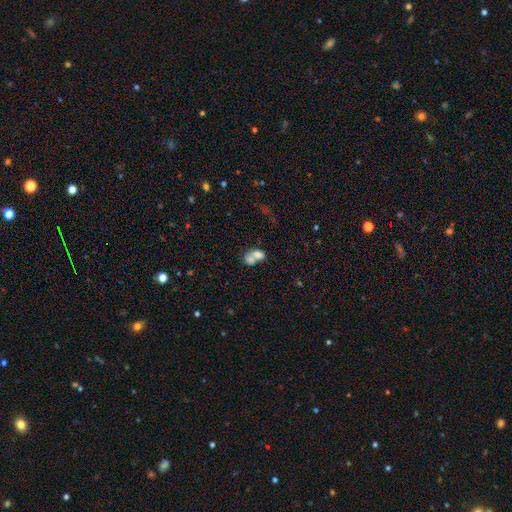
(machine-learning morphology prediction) Overall: smooth (71%). How rounded: in between (70%). Merging: merger (74%).